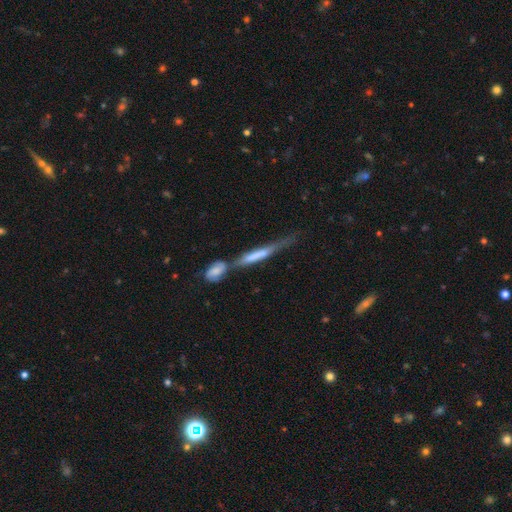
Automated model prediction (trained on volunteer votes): Q: Smooth or featured?
A: featured or disk (56%); runner-up: smooth (35%)
Q: Edge-on disk?
A: yes (81%); runner-up: no (19%)
Q: Merging?
A: merger (46%); runner-up: none (32%)